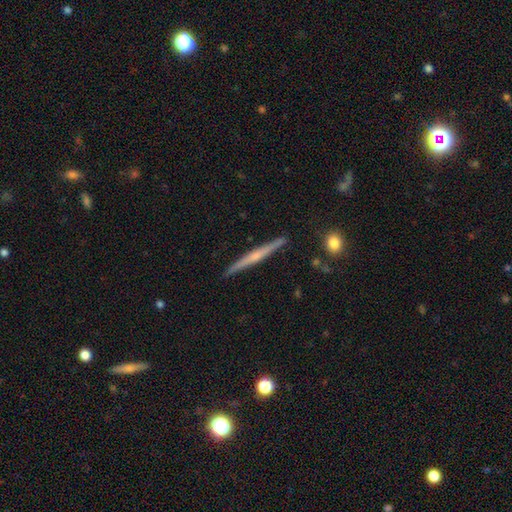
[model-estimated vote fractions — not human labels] A featured or disk galaxy (69%) viewed edge-on (98%) with a rounded central bulge (55%).

Vote fractions:
- Smooth or featured? featured or disk: 69% / smooth: 26% / star or artifact: 6%
- Edge-on disk? yes: 98% / no: 2%
- Edge-on bulge? rounded: 55% / none: 35% / boxy: 9%
- Merging? none: 91% / minor disturbance: 7% / merger: 1% / major disturbance: 1%